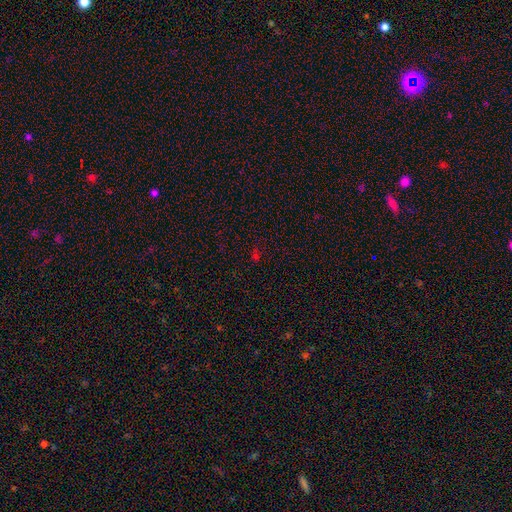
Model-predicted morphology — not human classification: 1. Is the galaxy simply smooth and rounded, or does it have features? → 58% star or artifact, 34% smooth, 8% featured or disk.